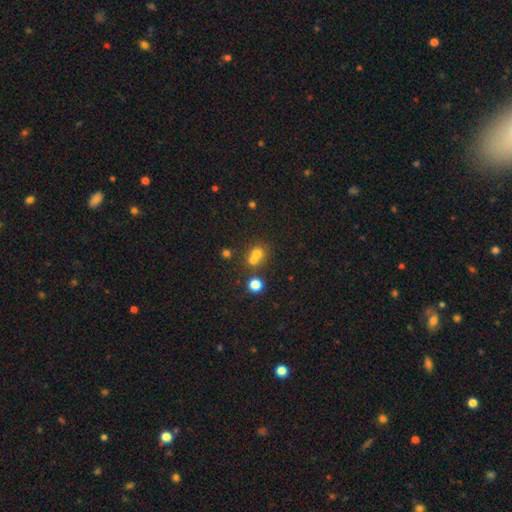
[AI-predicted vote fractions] This appears to be a smooth galaxy with no disk features (67%) that is round (77%). Merging: merger (52%).